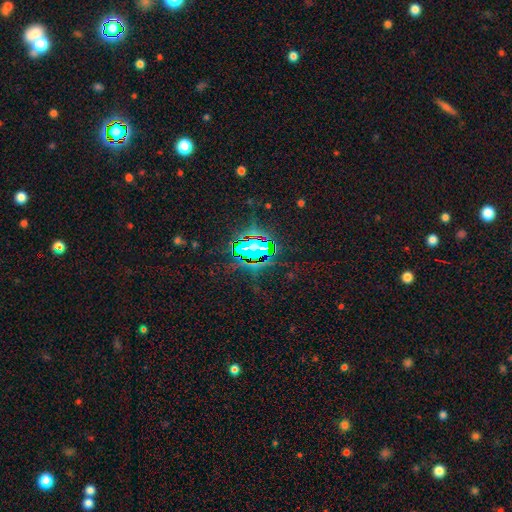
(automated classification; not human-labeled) Q: Smooth or featured?
A: star or artifact (78%); runner-up: smooth (11%)